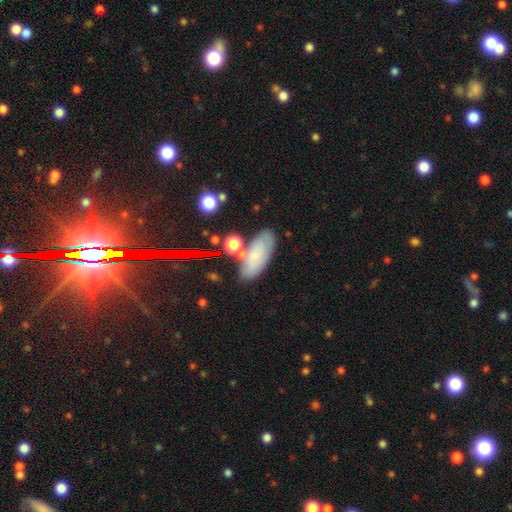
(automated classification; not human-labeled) Overall: smooth (67%). How rounded: in between (84%). Merging: none (66%).